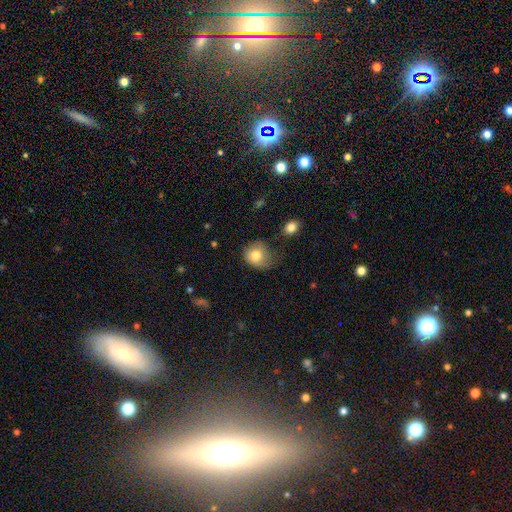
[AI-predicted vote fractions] Overall: smooth (80%). How rounded: round (77%). Merging: none (53%; minor disturbance 32%).